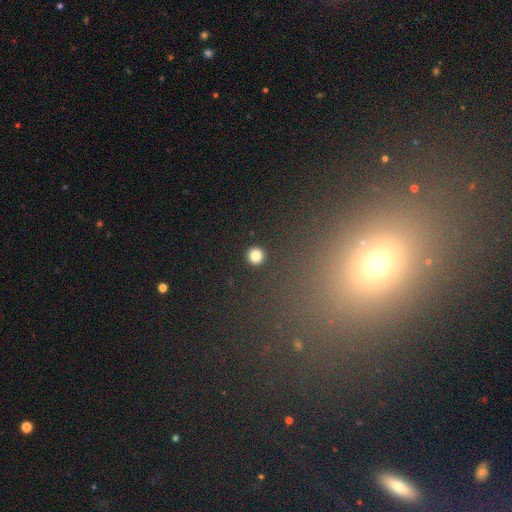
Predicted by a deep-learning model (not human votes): This is clearly a smooth galaxy (83%). How rounded: clearly round (95%). Merging: clearly none (92%).